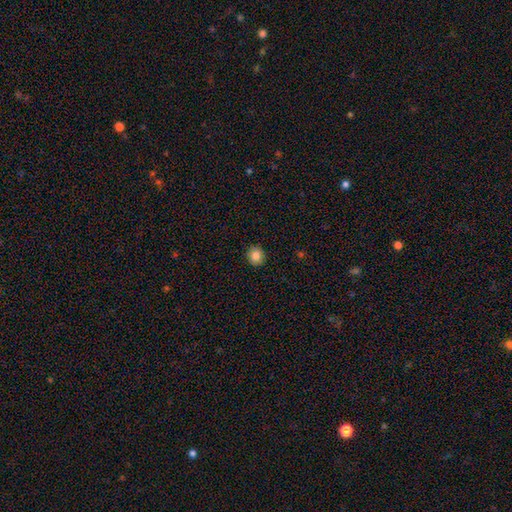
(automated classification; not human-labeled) Morphology: type=smooth (85%); roundness=round (85%); merging=none (91%).